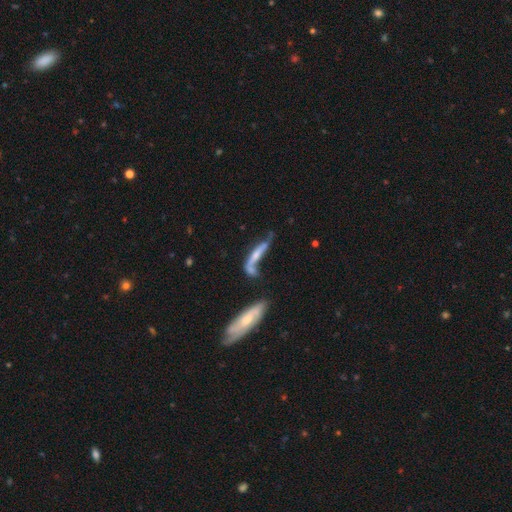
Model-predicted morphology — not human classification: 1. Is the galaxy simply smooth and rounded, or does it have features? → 51% featured or disk, 40% smooth, 9% star or artifact.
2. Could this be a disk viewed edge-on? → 53% yes, 47% no.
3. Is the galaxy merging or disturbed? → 39% merger, 26% none, 18% major disturbance, 17% minor disturbance.